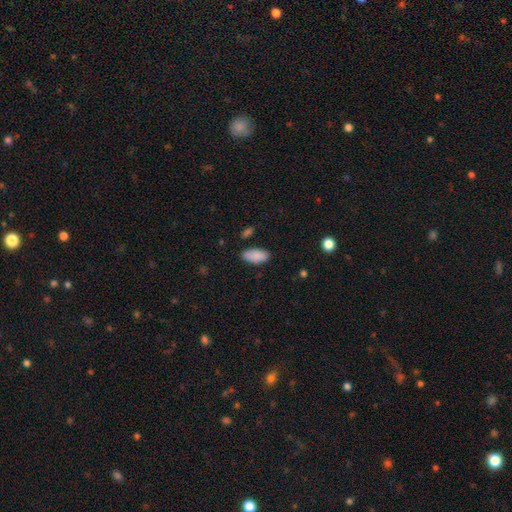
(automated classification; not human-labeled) This is clearly a smooth galaxy (89%). How rounded: clearly in between (91%). Merging: clearly none (82%).